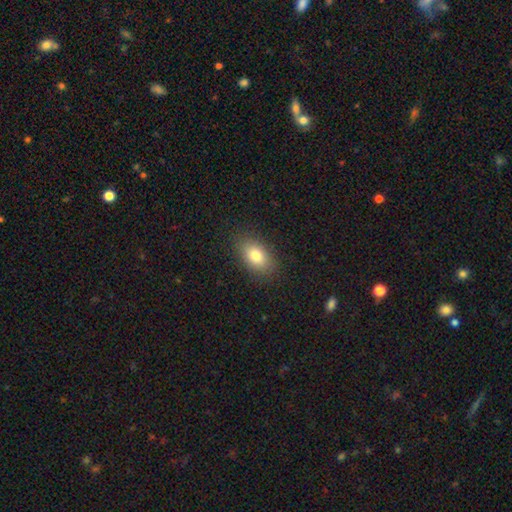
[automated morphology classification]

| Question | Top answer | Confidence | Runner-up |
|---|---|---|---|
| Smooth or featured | smooth | 81% | featured or disk (10%) |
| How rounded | in between | 87% | round (11%) |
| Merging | none | 87% | minor disturbance (9%) |